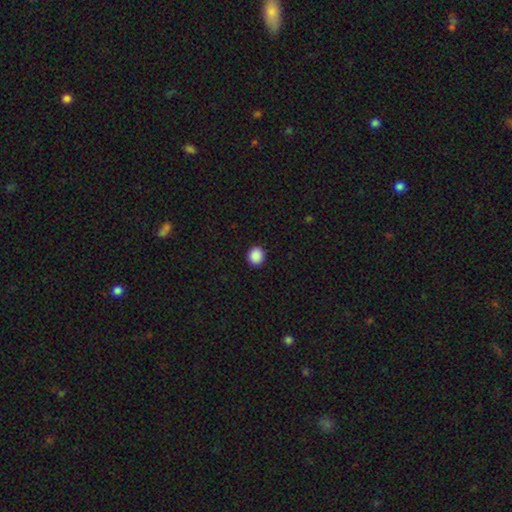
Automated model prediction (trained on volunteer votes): Q: Smooth or featured?
A: smooth (89%); runner-up: star or artifact (9%)
Q: How rounded?
A: round (85%); runner-up: in between (14%)
Q: Merging?
A: none (92%); runner-up: minor disturbance (5%)